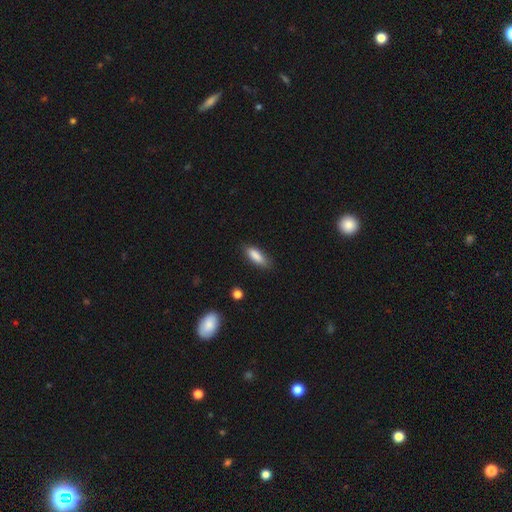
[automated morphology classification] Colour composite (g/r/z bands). It shows a smooth galaxy with no disk features (86%) that is in between round and cigar-shaped (59%). Merging: none (78%).